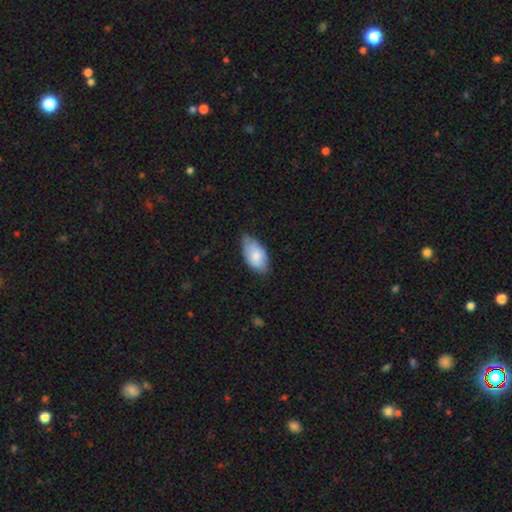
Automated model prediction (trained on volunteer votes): Morphology: type=smooth (78%); roundness=in between (94%); merging=none (55%).